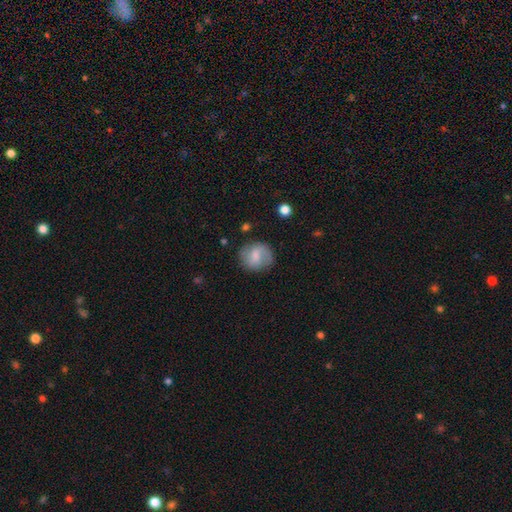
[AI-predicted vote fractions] Smooth or featured? Predicted: smooth (p=0.57). How rounded? Predicted: round (p=0.80). Merging? Predicted: none (p=0.72).